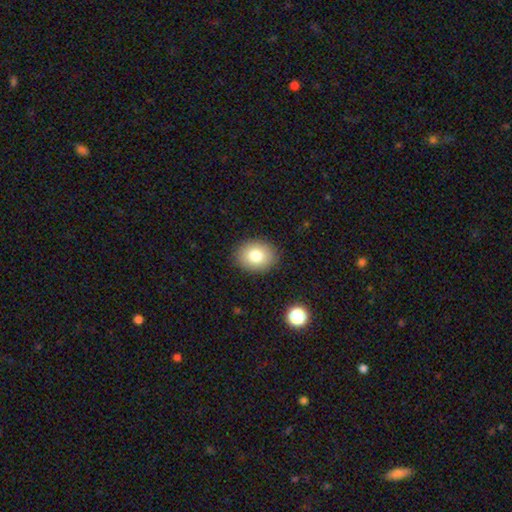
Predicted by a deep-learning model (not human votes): This appears to be a smooth galaxy with no disk features (79%) that is in between round and cigar-shaped (55%). Merging: none (89%).